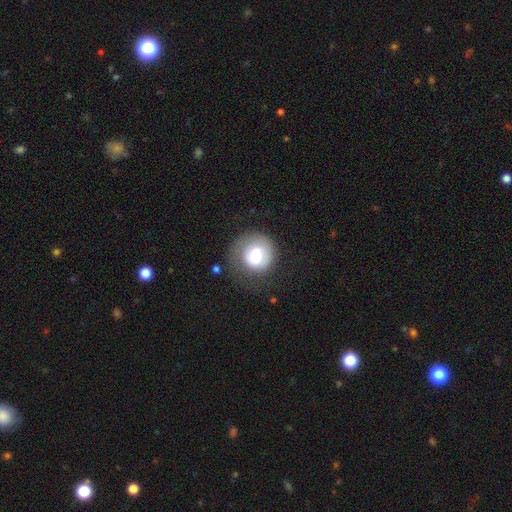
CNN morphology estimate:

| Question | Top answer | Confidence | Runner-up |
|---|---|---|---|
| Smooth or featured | smooth | 65% | featured or disk (27%) |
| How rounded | round | 88% | in between (11%) |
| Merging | none | 59% | minor disturbance (22%) |